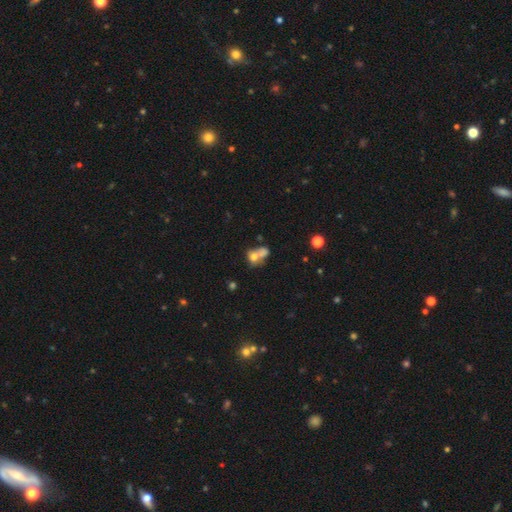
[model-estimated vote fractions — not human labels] Smooth or featured? smooth (67%)
How rounded? round (51%)
Merging? merger (63%)